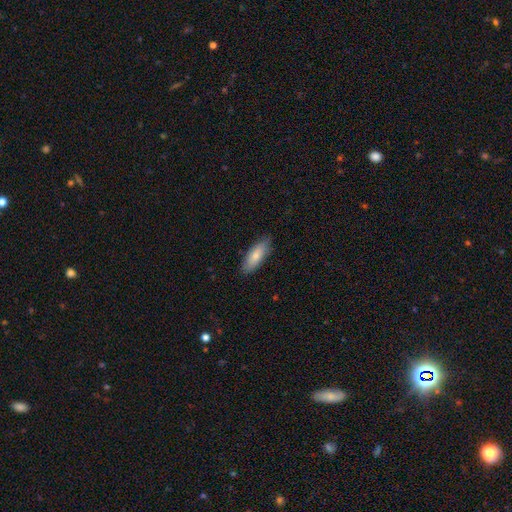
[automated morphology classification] This is likely a smooth galaxy (79%). How rounded: likely in between (69%). Merging: clearly none (84%).